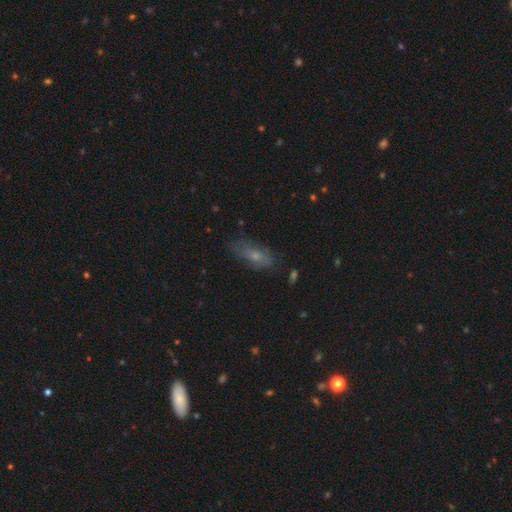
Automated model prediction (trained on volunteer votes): smooth 55%, featured or disk 34%, star or artifact 11%. Down the decision tree: how rounded — in between (74%); merging — none (69%).